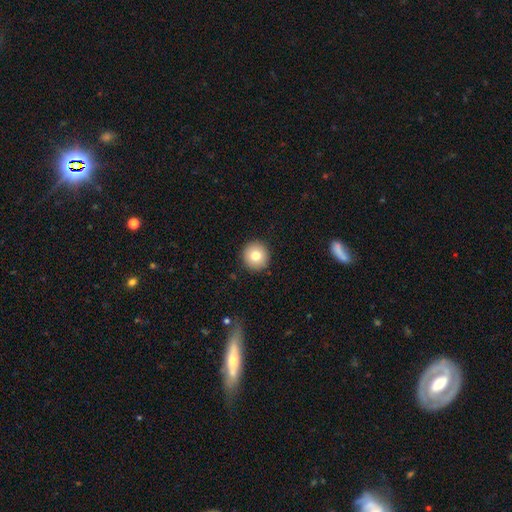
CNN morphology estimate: Smooth or featured? smooth (79%)
How rounded? round (95%)
Merging? none (92%)